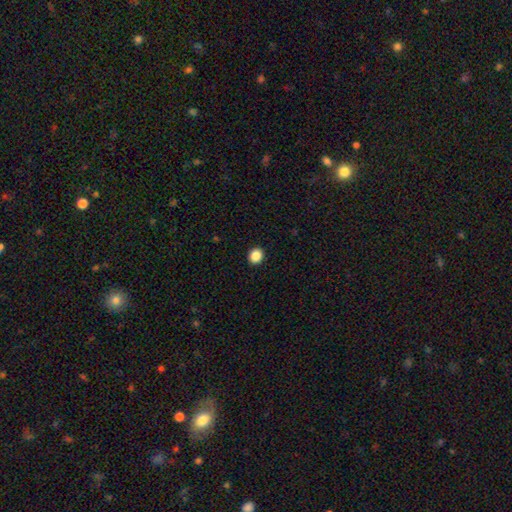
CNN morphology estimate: smooth-or-featured: smooth: 88% | star or artifact: 10% | featured or disk: 3%
  how-rounded: round: 75% | in between: 24% | cigar-shaped: 1%
  merging: none: 93% | minor disturbance: 5% | major disturbance: 2% | merger: 1%